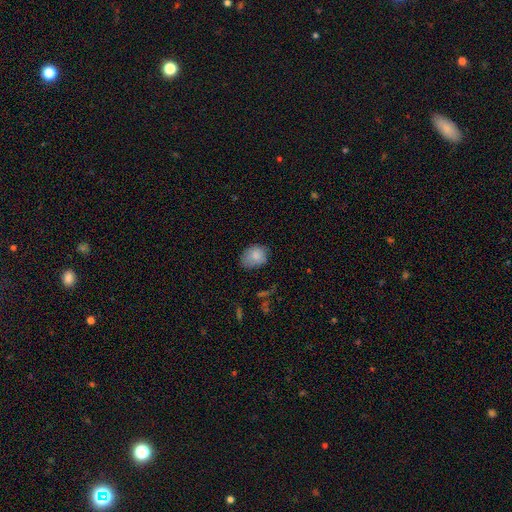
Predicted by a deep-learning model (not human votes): Smooth or featured? smooth (82%)
How rounded? in between (60%)
Merging? none (61%)